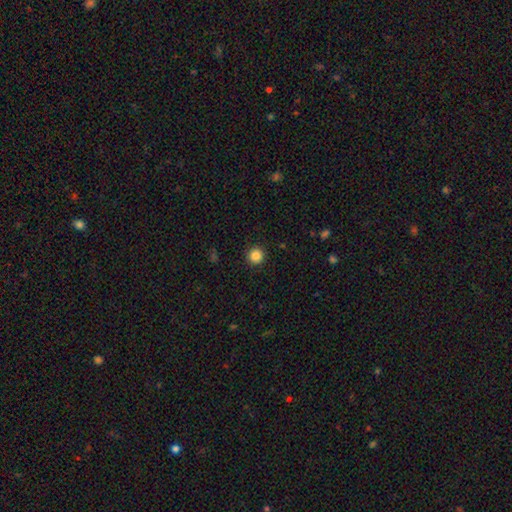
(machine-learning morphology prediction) smooth-or-featured: smooth: 85% | star or artifact: 11% | featured or disk: 4%
  how-rounded: round: 95% | in between: 4% | cigar-shaped: 1%
  merging: none: 93% | minor disturbance: 5% | major disturbance: 2% | merger: 1%